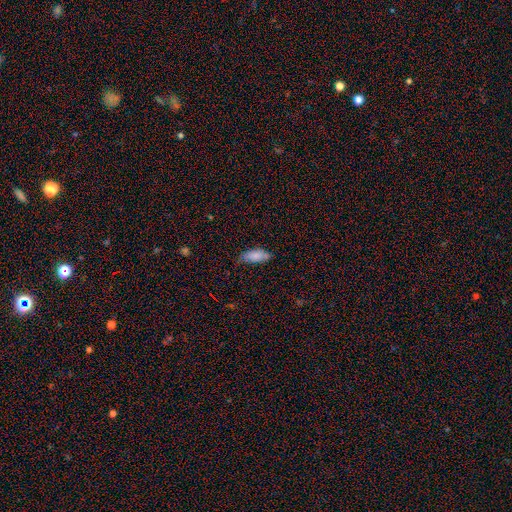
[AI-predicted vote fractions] The model was most divided on "merging": none: 60%, minor disturbance: 31%, major disturbance: 6%, merger: 2%. More confident: how rounded — in between (83%); smooth or featured — smooth (83%).